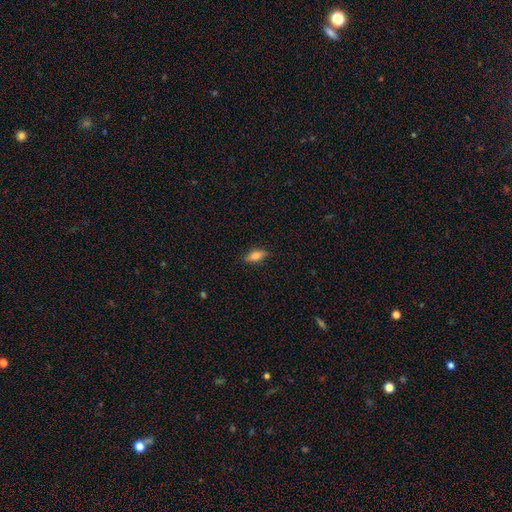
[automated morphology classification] type=smooth (74%); roundness=in between (75%); merging=none (84%).